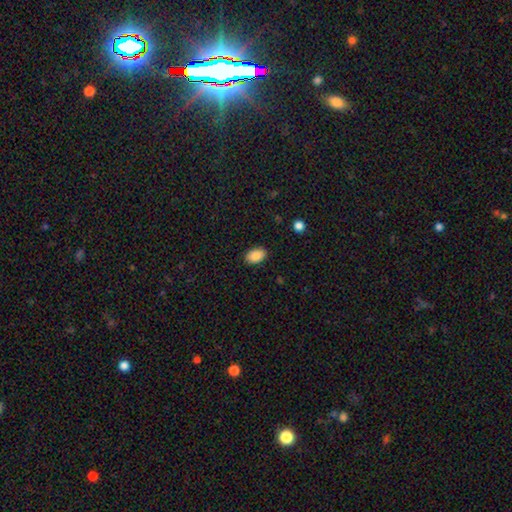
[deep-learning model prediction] This is clearly a smooth galaxy (89%). How rounded: clearly in between (89%). Merging: clearly none (88%).